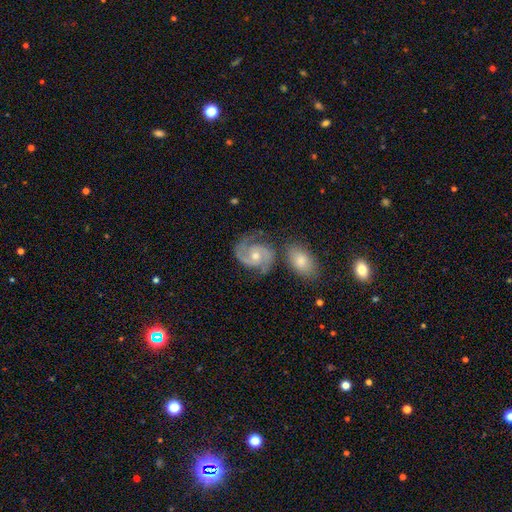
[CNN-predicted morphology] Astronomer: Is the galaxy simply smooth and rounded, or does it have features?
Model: featured or disk — 90%.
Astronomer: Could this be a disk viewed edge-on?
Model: no — 98%.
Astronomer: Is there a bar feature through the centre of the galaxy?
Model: no — 63%.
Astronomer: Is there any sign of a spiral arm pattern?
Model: yes — 98%.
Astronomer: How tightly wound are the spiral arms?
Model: medium — 52% (runner-up: tight, 37%).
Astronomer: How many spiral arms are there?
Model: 2 — 88%.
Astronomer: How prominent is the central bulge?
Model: moderate — 54% (runner-up: small, 42%).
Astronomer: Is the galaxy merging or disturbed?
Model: none — 68%.